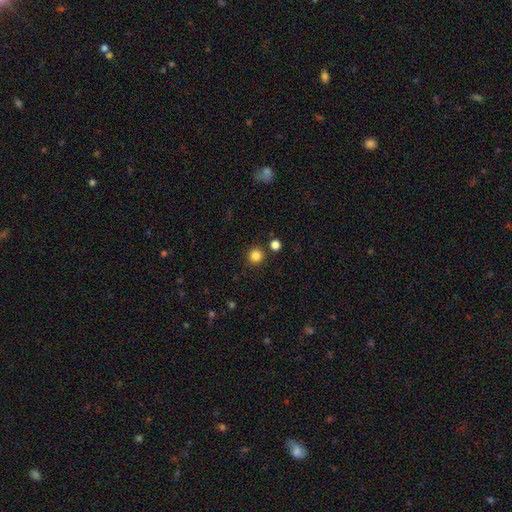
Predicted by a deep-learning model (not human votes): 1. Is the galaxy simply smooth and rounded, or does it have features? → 84% smooth, 12% star or artifact, 4% featured or disk.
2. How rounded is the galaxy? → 94% round, 5% in between, 1% cigar-shaped.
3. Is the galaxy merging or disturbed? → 88% none, 6% minor disturbance, 4% merger, 2% major disturbance.